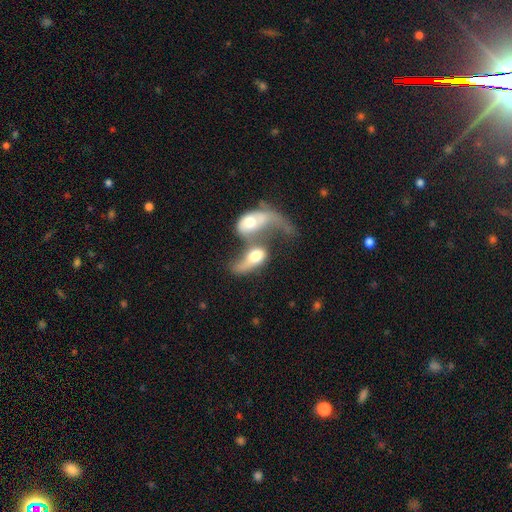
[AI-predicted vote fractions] A smooth galaxy with no disk features (47%). Merging: merger (79%).